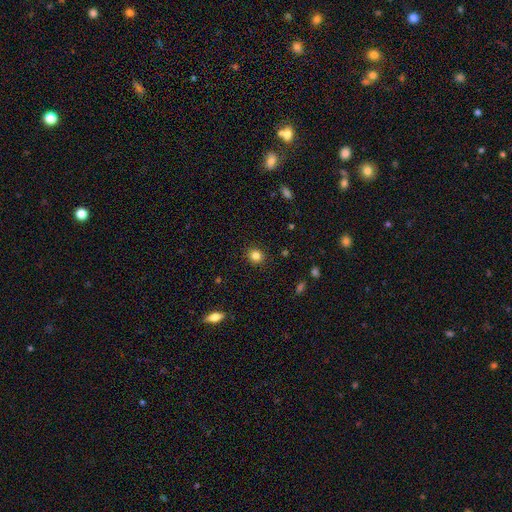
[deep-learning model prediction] A smooth galaxy with no disk features (83%) that is round (85%).

Vote fractions:
- Smooth or featured? smooth: 83% / star or artifact: 12% / featured or disk: 5%
- How rounded? round: 85% / in between: 14% / cigar-shaped: 1%
- Merging? none: 91% / minor disturbance: 6% / major disturbance: 2% / merger: 1%